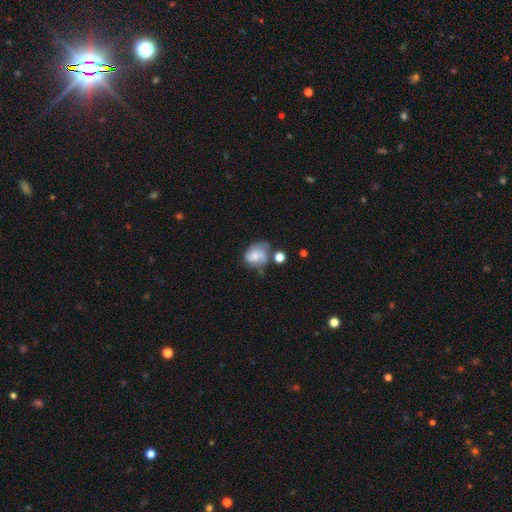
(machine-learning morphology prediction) smooth_or_featured: featured or disk (p=0.57) [alt: smooth p=0.34]
disk_edge_on: no (p=0.98) [alt: yes p=0.02]
bar: no (p=0.66) [alt: weak p=0.29]
has_spiral_arms: yes (p=0.86) [alt: no p=0.14]
bulge_size: small (p=0.44) [alt: moderate p=0.30]
merging: none (p=0.40) [alt: minor disturbance p=0.27]